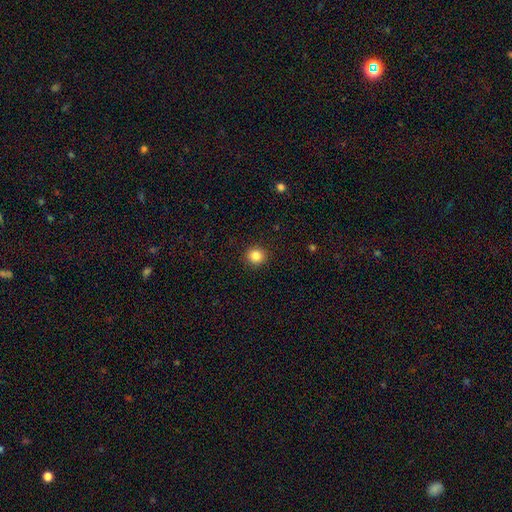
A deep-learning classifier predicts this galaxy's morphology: A smooth galaxy with no disk features (85%) that is round (92%).

Vote fractions:
- Smooth or featured? smooth: 85% / star or artifact: 11% / featured or disk: 5%
- How rounded? round: 92% / in between: 7% / cigar-shaped: 1%
- Merging? none: 91% / minor disturbance: 6% / major disturbance: 2% / merger: 1%